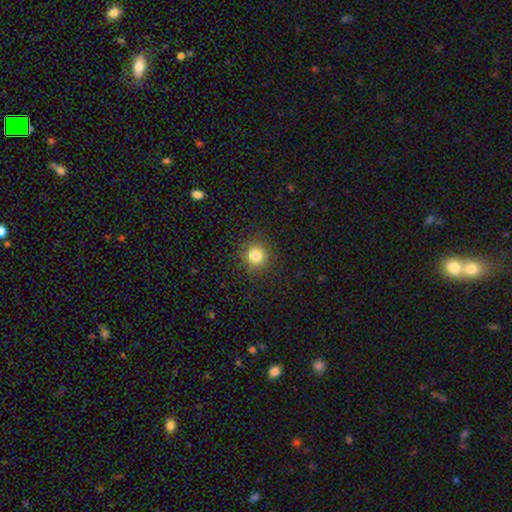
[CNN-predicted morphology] Q: Smooth or featured?
A: smooth (80%); runner-up: star or artifact (14%)
Q: How rounded?
A: round (92%); runner-up: in between (7%)
Q: Merging?
A: none (89%); runner-up: minor disturbance (7%)